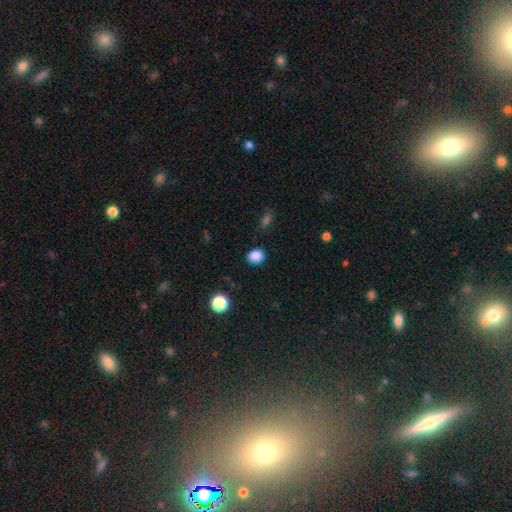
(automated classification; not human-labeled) Overall: smooth (87%). How rounded: round (66%; in between 33%). Merging: none (88%).